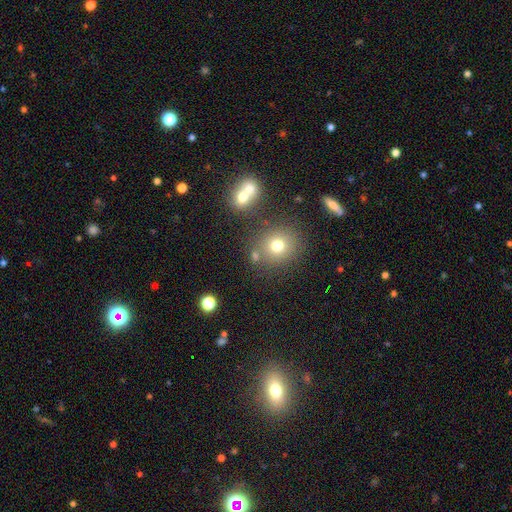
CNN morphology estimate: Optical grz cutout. It shows a smooth galaxy with no disk features (67%) that is round (82%). Merging: none (72%).